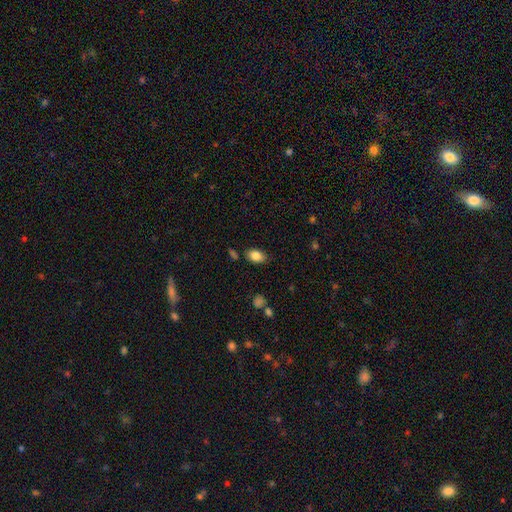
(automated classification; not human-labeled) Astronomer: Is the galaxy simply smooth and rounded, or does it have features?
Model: smooth — 85%.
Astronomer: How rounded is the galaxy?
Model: in between — 86%.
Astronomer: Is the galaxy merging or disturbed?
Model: none — 76%.